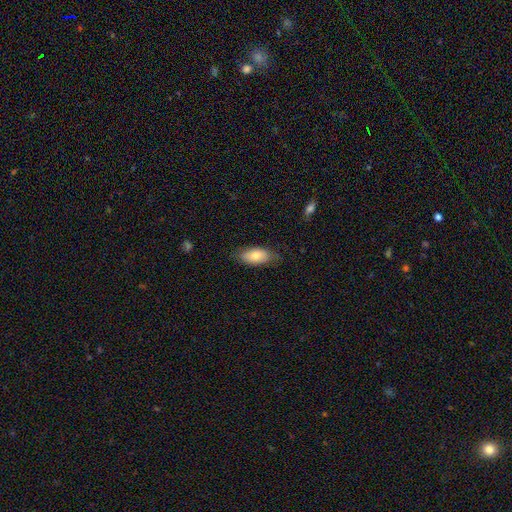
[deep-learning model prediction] Smooth or featured?
  - smooth: 78% *
  - featured or disk: 16%
  - star or artifact: 6%
How rounded?
  - in between: 90% *
  - cigar-shaped: 7%
  - round: 3%
Merging?
  - none: 75% *
  - minor disturbance: 19%
  - major disturbance: 4%
  - merger: 1%